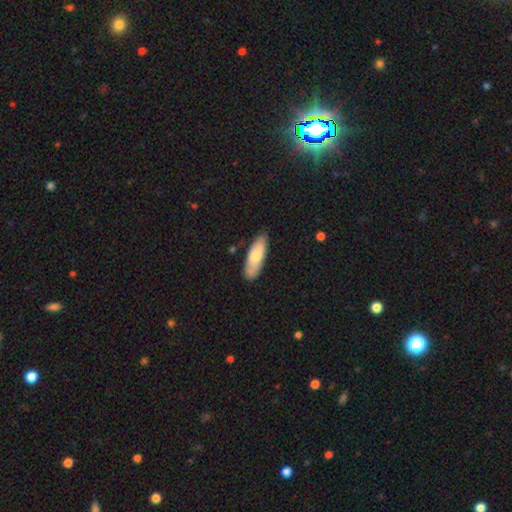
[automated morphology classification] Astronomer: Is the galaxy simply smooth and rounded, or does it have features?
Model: smooth — 75%.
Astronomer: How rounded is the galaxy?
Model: in between — 63%.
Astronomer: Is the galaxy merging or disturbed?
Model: none — 82%.